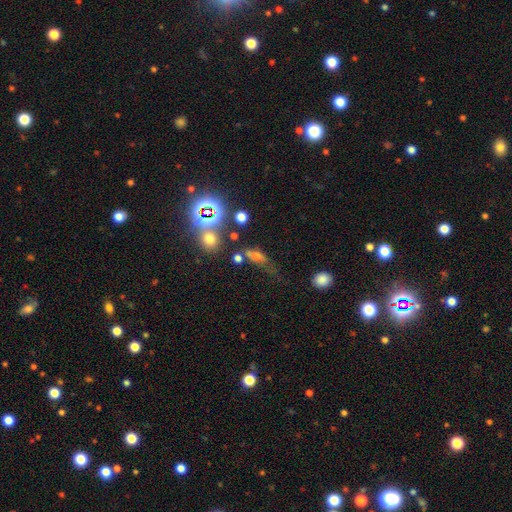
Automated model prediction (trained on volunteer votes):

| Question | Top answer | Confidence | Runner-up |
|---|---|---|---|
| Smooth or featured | smooth | 48% | star or artifact (32%) |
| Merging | none | 36% | major disturbance (26%) |